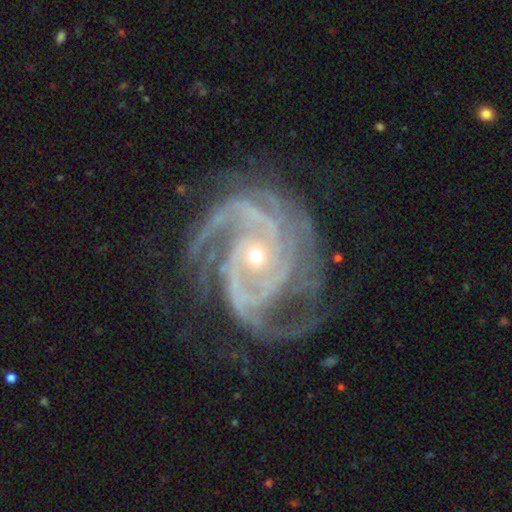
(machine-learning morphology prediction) Smooth or featured? Predicted: featured or disk (p=0.93). Edge-on disk? Predicted: no (p=0.98). Bar? Predicted: no (p=0.67). Spiral arms? Predicted: yes (p=0.99). Spiral winding? Predicted: tight (p=0.60). Spiral arm count? Predicted: 3 (p=0.34). Bulge size? Predicted: small (p=0.68). Merging? Predicted: none (p=0.62).